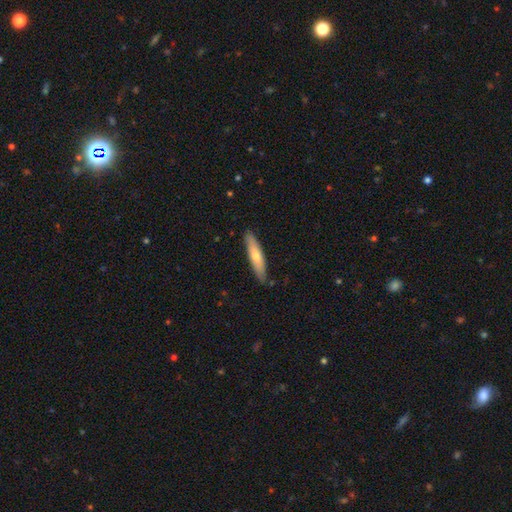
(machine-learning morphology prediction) smooth-or-featured: smooth: 59% | featured or disk: 35% | star or artifact: 6%
  how-rounded: cigar-shaped: 84% | in between: 14% | round: 1%
  merging: none: 86% | minor disturbance: 11% | major disturbance: 2% | merger: 1%